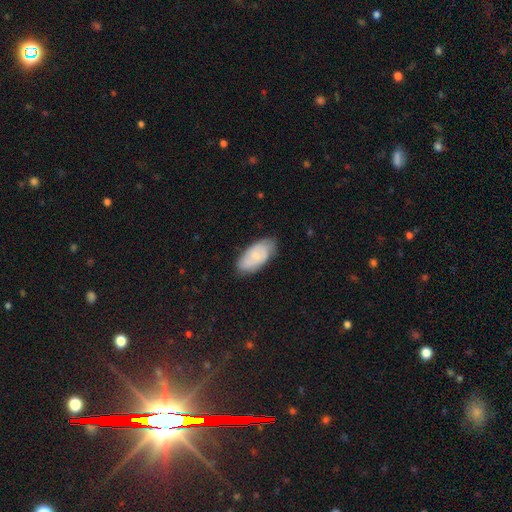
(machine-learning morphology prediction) smooth-or-featured: smooth: 55% | featured or disk: 38% | star or artifact: 7%
  how-rounded: in between: 92% | cigar-shaped: 5% | round: 3%
  merging: none: 74% | minor disturbance: 21% | major disturbance: 4% | merger: 1%